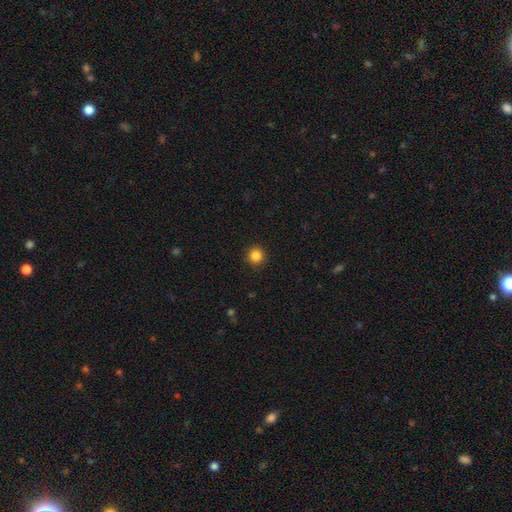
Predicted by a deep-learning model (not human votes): smooth-or-featured: smooth: 85% | star or artifact: 11% | featured or disk: 4%
  how-rounded: round: 95% | in between: 4% | cigar-shaped: 1%
  merging: none: 92% | minor disturbance: 5% | major disturbance: 2% | merger: 1%